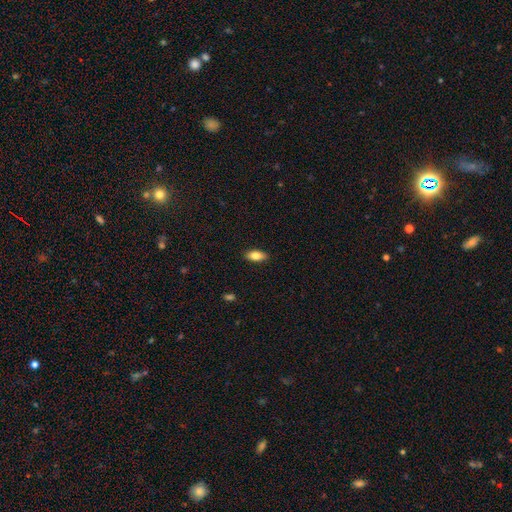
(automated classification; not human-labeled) smooth 83%, featured or disk 10%, star or artifact 7%. Down the decision tree: how rounded — in between (88%); merging — none (89%).